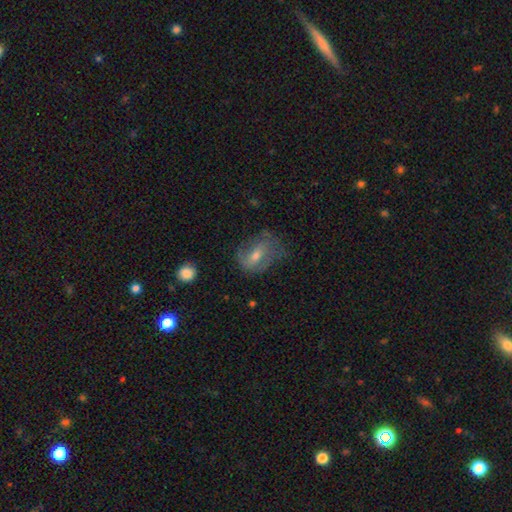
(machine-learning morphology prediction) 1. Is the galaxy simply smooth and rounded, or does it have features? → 58% featured or disk, 33% smooth, 10% star or artifact.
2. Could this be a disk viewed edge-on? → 94% no, 6% yes.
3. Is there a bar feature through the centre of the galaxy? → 45% weak, 35% no, 20% strong.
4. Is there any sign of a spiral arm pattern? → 72% yes, 28% no.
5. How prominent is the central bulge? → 53% moderate, 39% small, 4% large, 3% none, 1% dominant.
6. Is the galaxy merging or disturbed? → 50% none, 27% minor disturbance, 21% major disturbance, 2% merger.